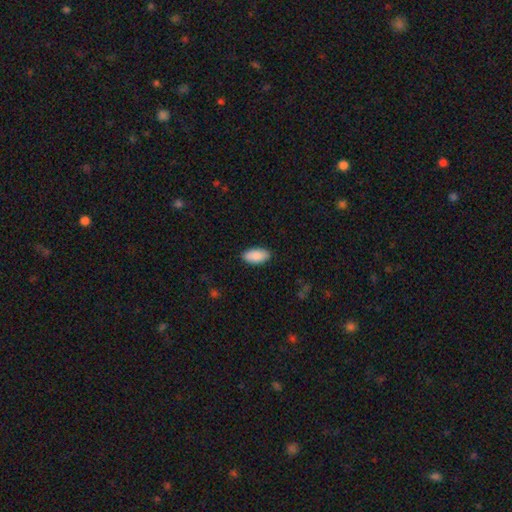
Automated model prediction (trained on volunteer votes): Smooth or featured?
  - smooth: 89% *
  - star or artifact: 6%
  - featured or disk: 5%
How rounded?
  - in between: 93% *
  - cigar-shaped: 5%
  - round: 2%
Merging?
  - none: 88% *
  - minor disturbance: 9%
  - major disturbance: 2%
  - merger: 1%